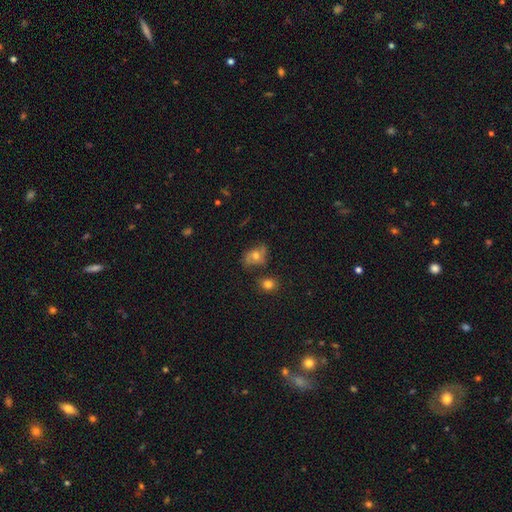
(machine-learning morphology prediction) smooth_or_featured: smooth (p=0.44) [alt: featured or disk p=0.42]
merging: none (p=0.62) [alt: minor disturbance p=0.23]